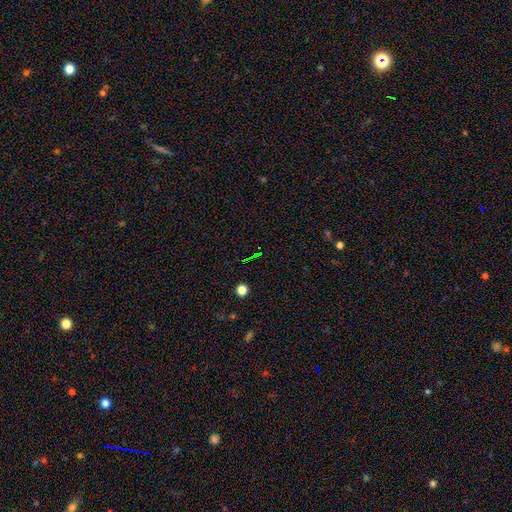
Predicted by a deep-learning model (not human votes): smooth-or-featured: star or artifact: 71% | smooth: 18% | featured or disk: 11%